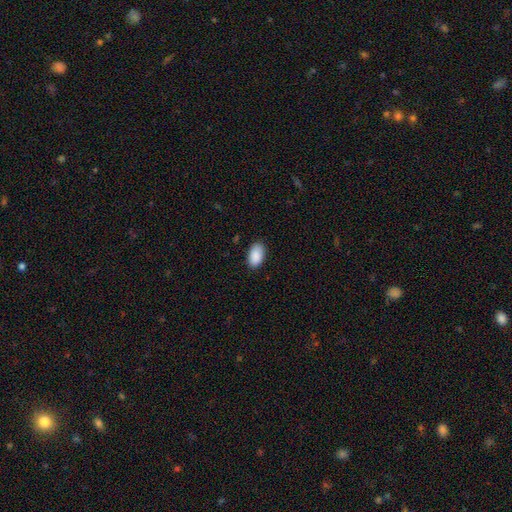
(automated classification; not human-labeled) smooth 91%, star or artifact 7%, featured or disk 3%. Down the decision tree: how rounded — in between (93%); merging — none (86%).